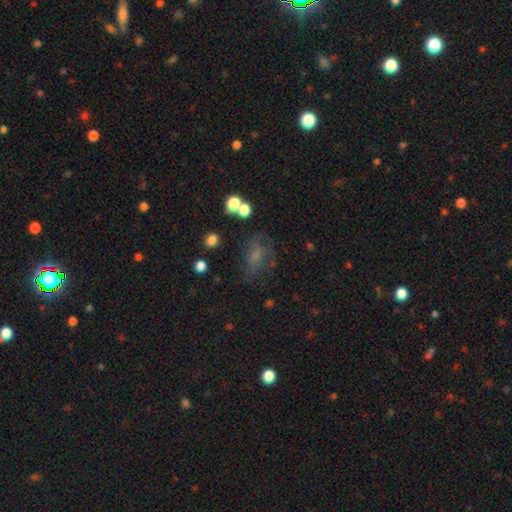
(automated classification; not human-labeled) Smooth or featured? smooth (50%)
Merging? none (50%)